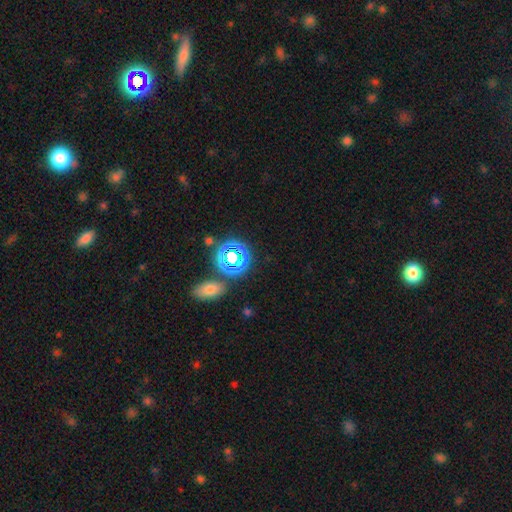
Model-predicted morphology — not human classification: Q: Smooth or featured?
A: star or artifact (47%); runner-up: smooth (44%)